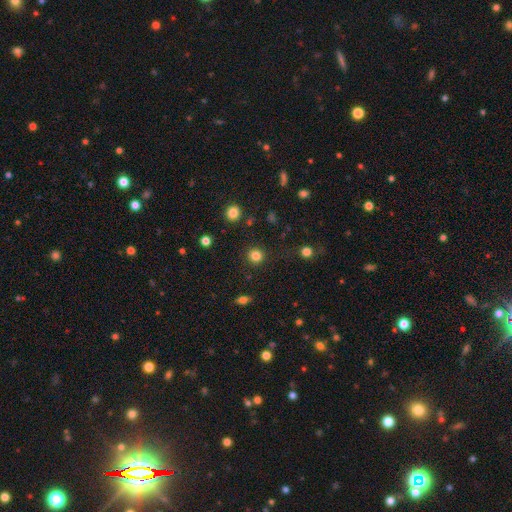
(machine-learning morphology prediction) Overall: smooth (83%). How rounded: round (91%). Merging: none (89%).